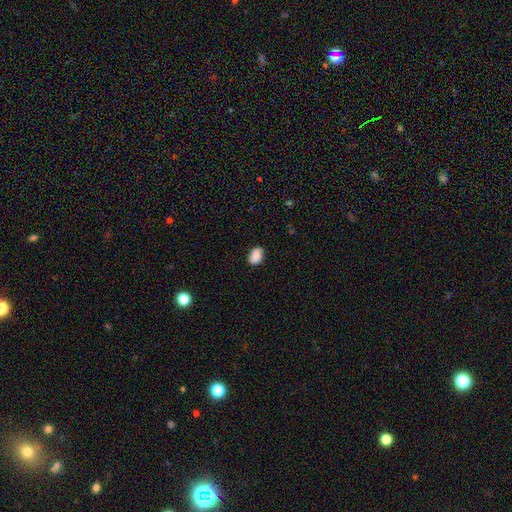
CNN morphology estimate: Smooth or featured? Predicted: smooth (p=0.78). How rounded? Predicted: in between (p=0.84). Merging? Predicted: none (p=0.79).